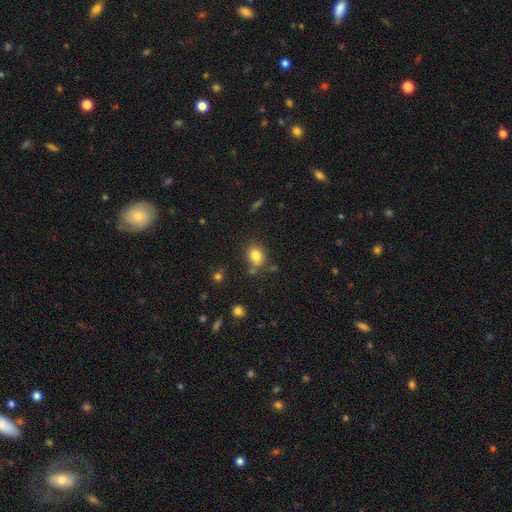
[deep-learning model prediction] This appears to be a smooth galaxy with no disk features (82%) that is in between round and cigar-shaped (58%). Merging: none (68%).